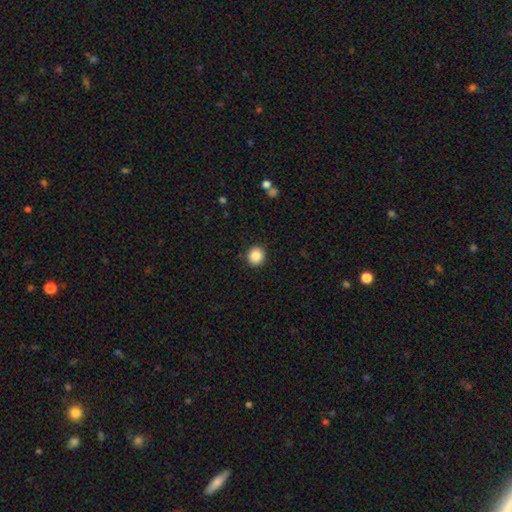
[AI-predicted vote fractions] Q: Smooth or featured?
A: smooth (87%); runner-up: star or artifact (9%)
Q: How rounded?
A: round (91%); runner-up: in between (8%)
Q: Merging?
A: none (92%); runner-up: minor disturbance (5%)